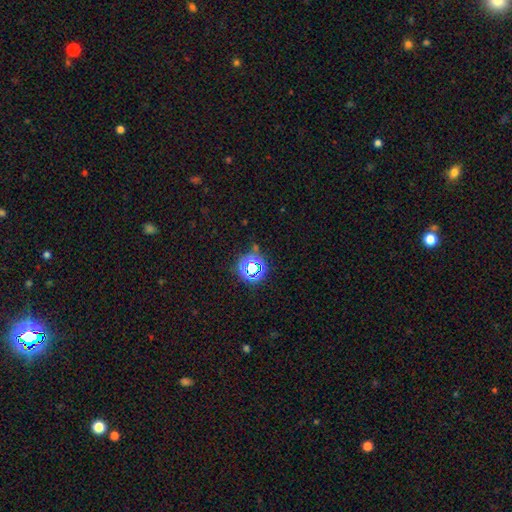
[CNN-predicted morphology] type=star or artifact (69%).